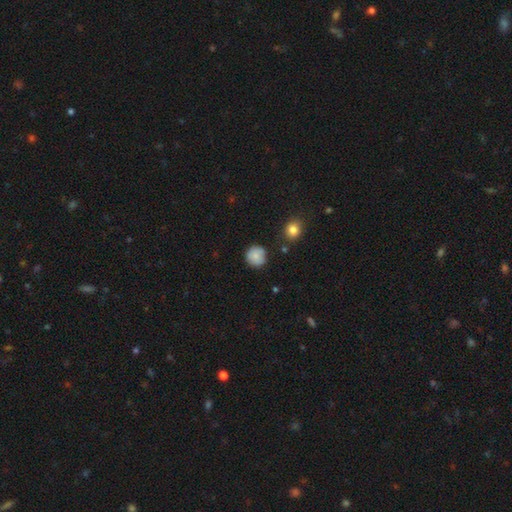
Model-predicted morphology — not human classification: smooth 82%, featured or disk 9%, star or artifact 9%. Down the decision tree: how rounded — round (91%); merging — none (77%).